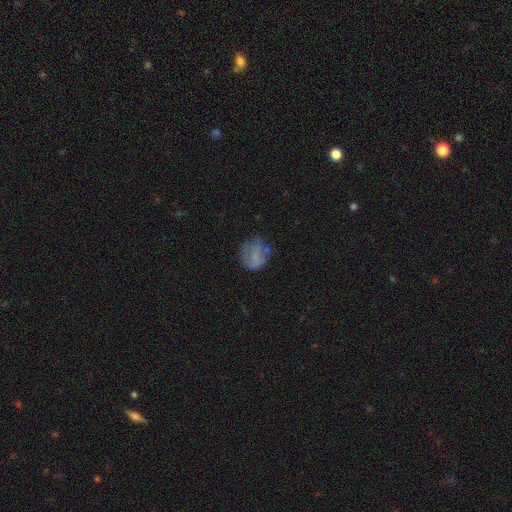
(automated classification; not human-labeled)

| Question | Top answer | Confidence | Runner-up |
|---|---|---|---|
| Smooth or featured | smooth | 58% | featured or disk (29%) |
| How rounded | round | 62% | in between (36%) |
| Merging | none | 51% | minor disturbance (26%) |